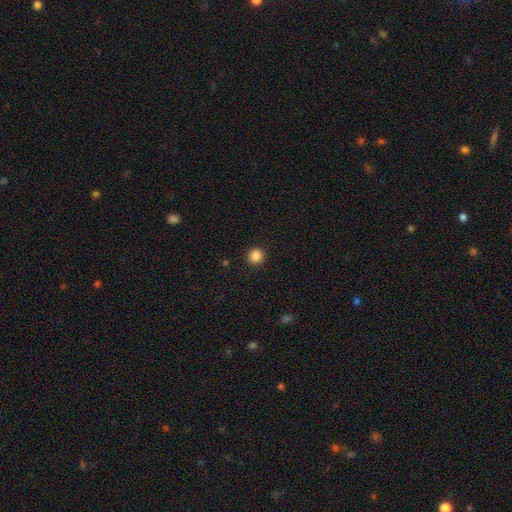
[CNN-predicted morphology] smooth 86%, star or artifact 11%, featured or disk 3%. Down the decision tree: how rounded — round (95%); merging — none (93%).